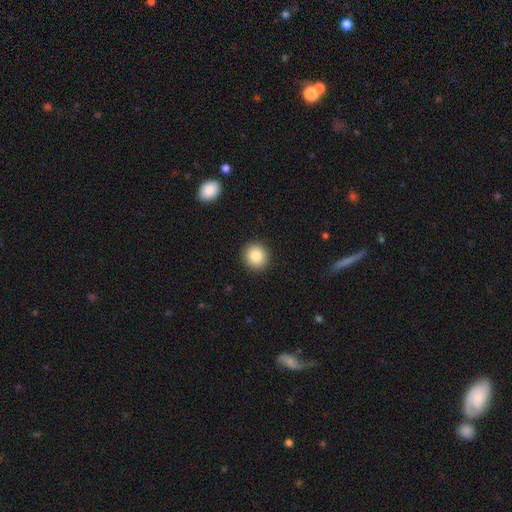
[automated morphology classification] Smooth or featured: smooth — 85% (star or artifact — 9%)
How rounded: round — 91% (in between — 9%)
Merging: none — 92% (minor disturbance — 5%)